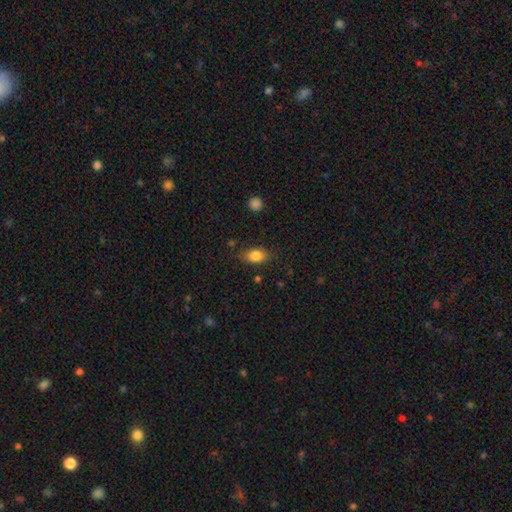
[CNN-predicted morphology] Smooth or featured? Predicted: smooth (p=0.82). How rounded? Predicted: in between (p=0.83). Merging? Predicted: none (p=0.79).